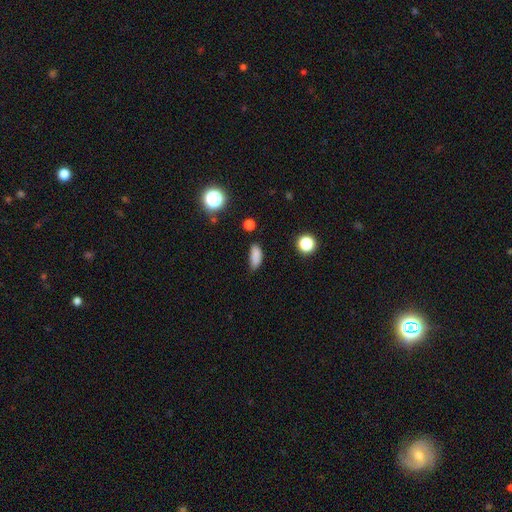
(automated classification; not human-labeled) smooth 83%, star or artifact 11%, featured or disk 6%. Down the decision tree: how rounded — in between (80%); merging — none (61%).